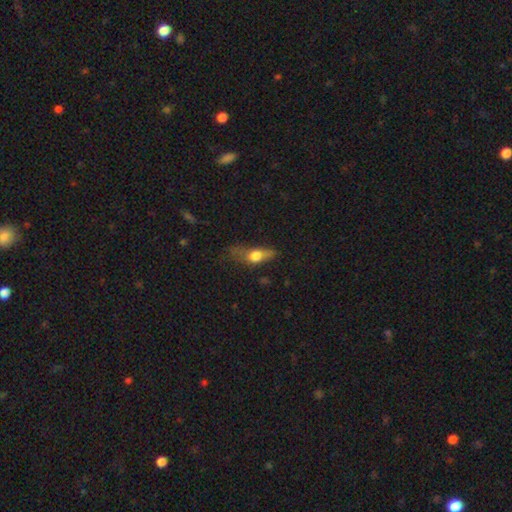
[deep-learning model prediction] Smooth or featured?
  - smooth: 60% *
  - featured or disk: 30%
  - star or artifact: 10%
How rounded?
  - in between: 55% *
  - cigar-shaped: 30%
  - round: 15%
Merging?
  - none: 37% *
  - minor disturbance: 30%
  - major disturbance: 30%
  - merger: 4%